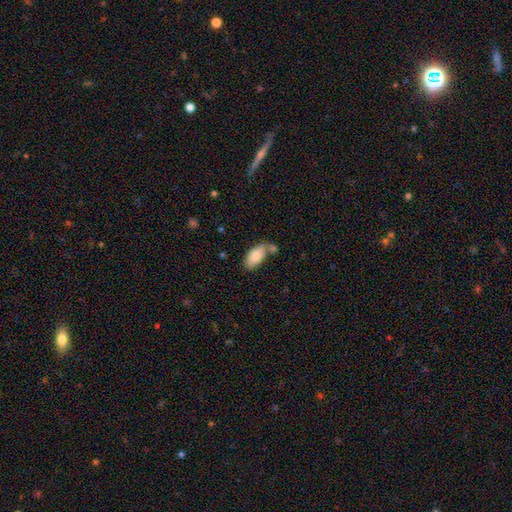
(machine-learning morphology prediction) Smooth or featured?
  - smooth: 83% *
  - featured or disk: 11%
  - star or artifact: 7%
How rounded?
  - in between: 92% *
  - cigar-shaped: 6%
  - round: 2%
Merging?
  - none: 53% *
  - merger: 22%
  - minor disturbance: 19%
  - major disturbance: 6%